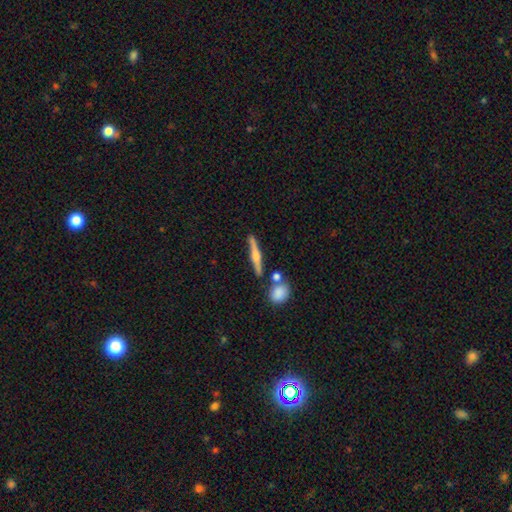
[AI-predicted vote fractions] Smooth or featured? featured or disk (64%)
Edge-on disk? yes (97%)
Edge-on bulge? rounded (89%)
Merging? none (81%)